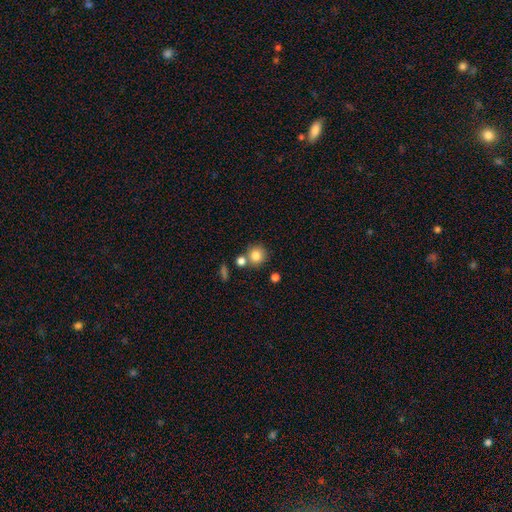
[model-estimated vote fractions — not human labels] This appears to be a smooth galaxy with no disk features (81%) that is round (89%). Merging: none (69%).